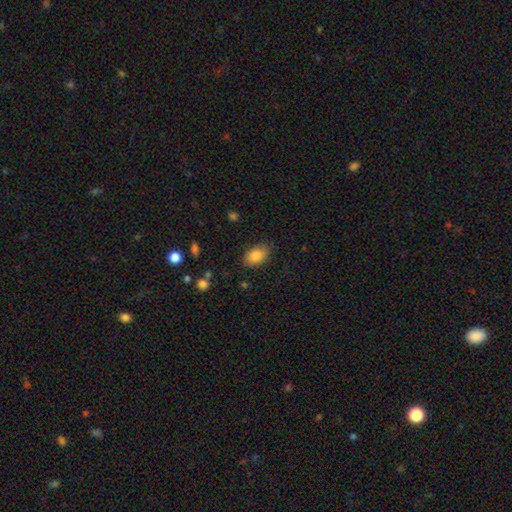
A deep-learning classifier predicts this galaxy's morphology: type=smooth (85%); roundness=in between (87%); merging=none (80%).